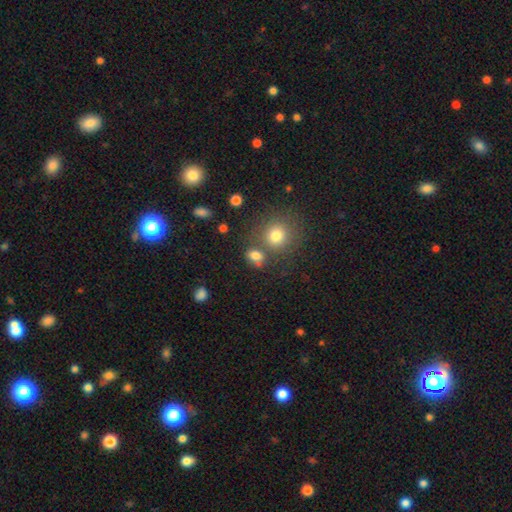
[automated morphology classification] Smooth or featured: smooth — 78% (star or artifact — 14%)
How rounded: in between — 61% (round — 37%)
Merging: none — 58% (merger — 22%)